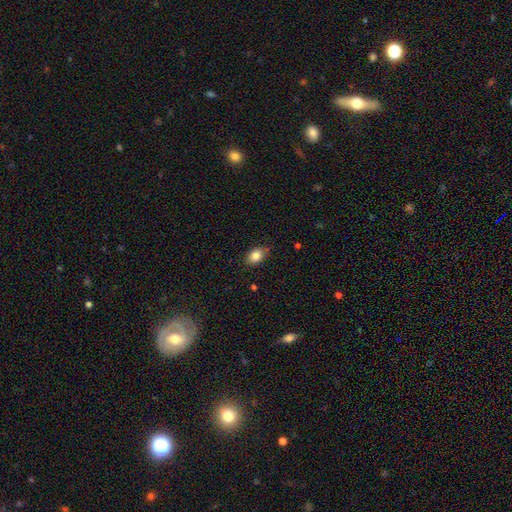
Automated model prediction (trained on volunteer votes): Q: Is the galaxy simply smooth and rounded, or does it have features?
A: smooth — 85%.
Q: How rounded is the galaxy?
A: in between — 78%.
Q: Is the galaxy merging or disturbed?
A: none — 79%.